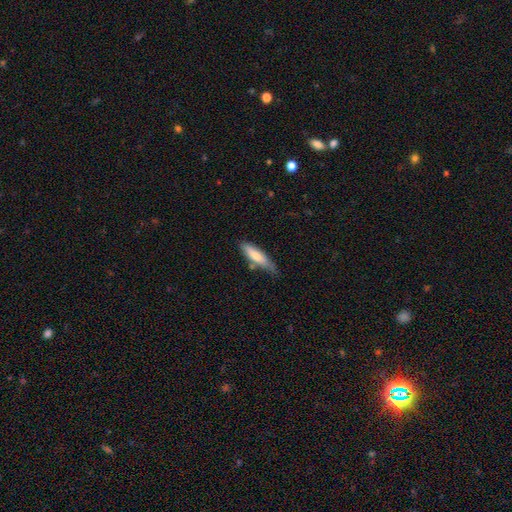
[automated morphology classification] This appears to be a smooth galaxy with no disk features (75%) that is cigar-shaped (68%). Merging: none (56%).